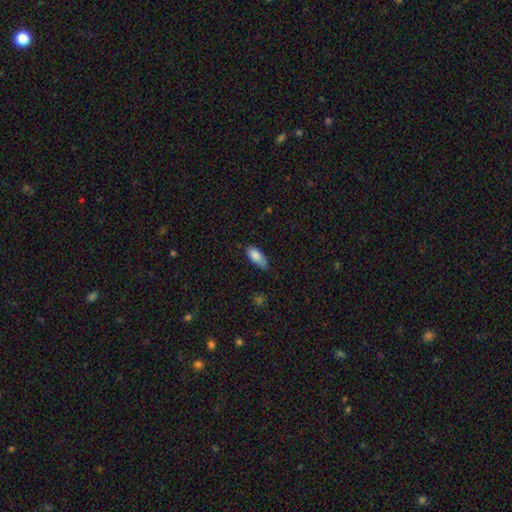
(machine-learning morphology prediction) Smooth or featured? smooth (85%)
How rounded? in between (83%)
Merging? none (59%)